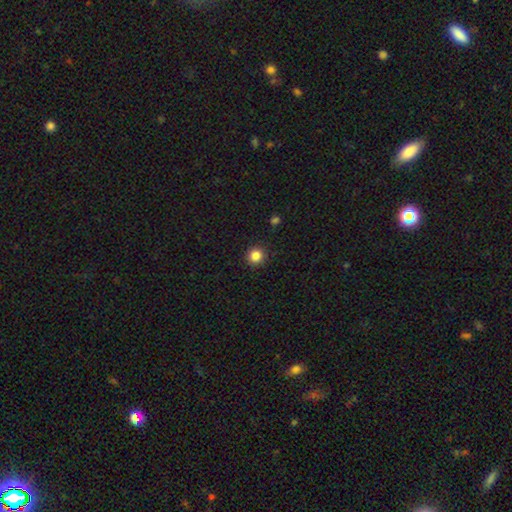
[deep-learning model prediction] Smooth or featured? smooth (85%)
How rounded? round (94%)
Merging? none (92%)